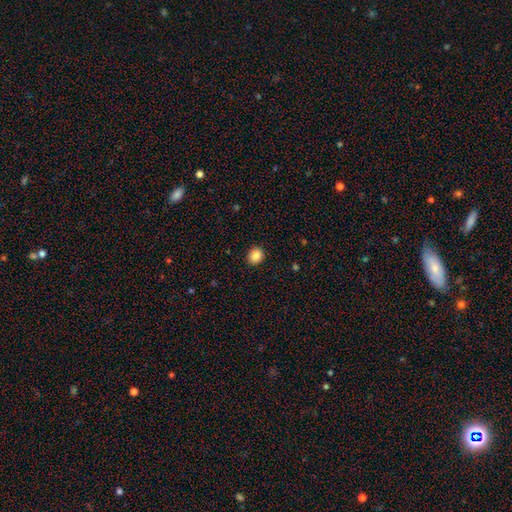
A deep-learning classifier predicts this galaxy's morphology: This is clearly a smooth galaxy (86%). How rounded: likely round (76%). Merging: clearly none (92%).